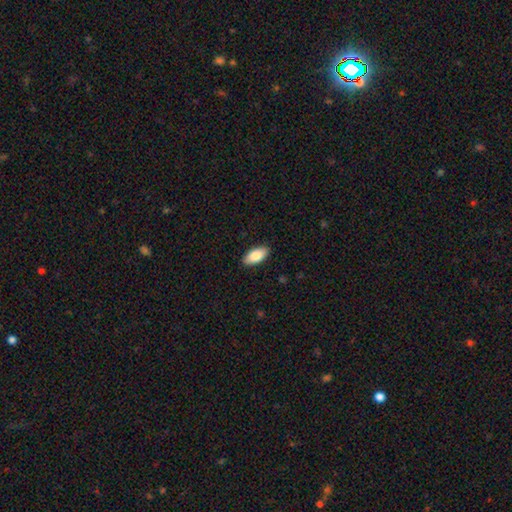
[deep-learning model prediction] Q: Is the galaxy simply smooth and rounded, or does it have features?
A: smooth — 84%.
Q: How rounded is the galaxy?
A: in between — 92%.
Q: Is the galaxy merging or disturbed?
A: none — 90%.